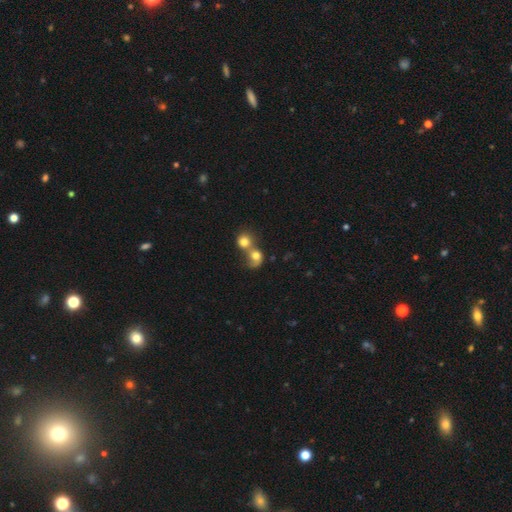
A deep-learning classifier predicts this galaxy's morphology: Smooth or featured: smooth — 70% (featured or disk — 20%)
How rounded: round — 73% (in between — 26%)
Merging: merger — 74% (none — 16%)